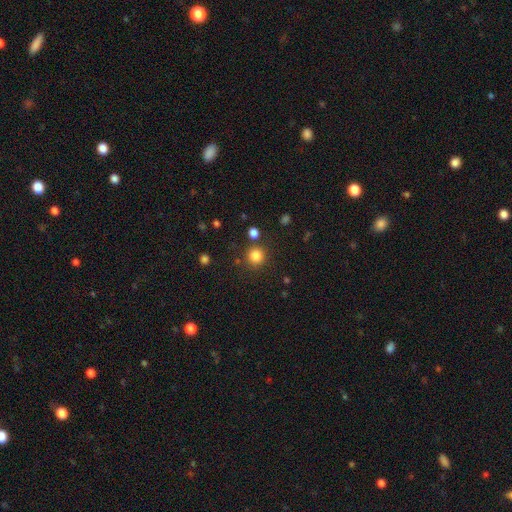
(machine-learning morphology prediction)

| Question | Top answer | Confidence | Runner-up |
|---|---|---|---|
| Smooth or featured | smooth | 83% | star or artifact (13%) |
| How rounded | round | 93% | in between (6%) |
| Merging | none | 85% | minor disturbance (7%) |